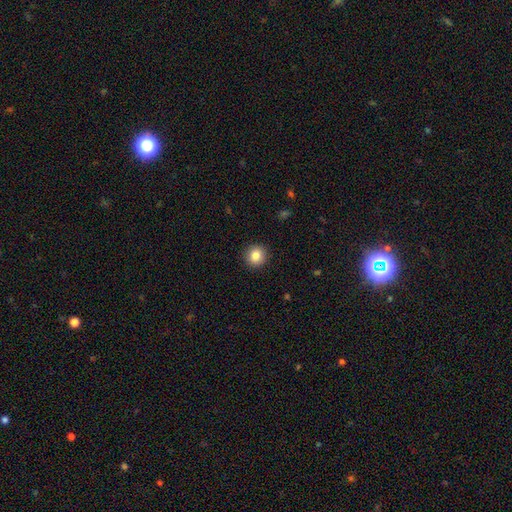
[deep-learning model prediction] smooth 85%, star or artifact 10%, featured or disk 6%. Down the decision tree: how rounded — round (93%); merging — none (92%).